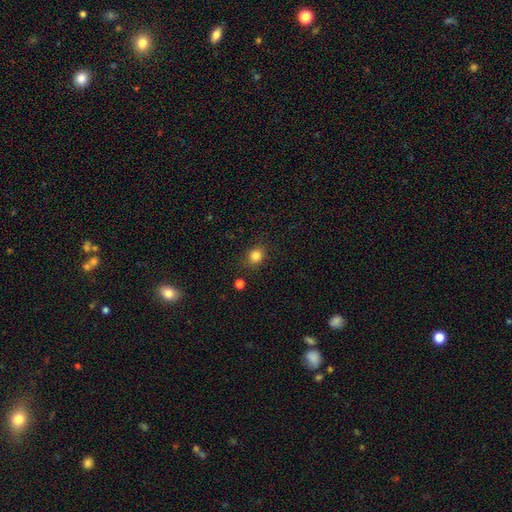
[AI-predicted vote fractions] This is clearly a smooth galaxy (83%). How rounded: likely round (75%). Merging: clearly none (85%).